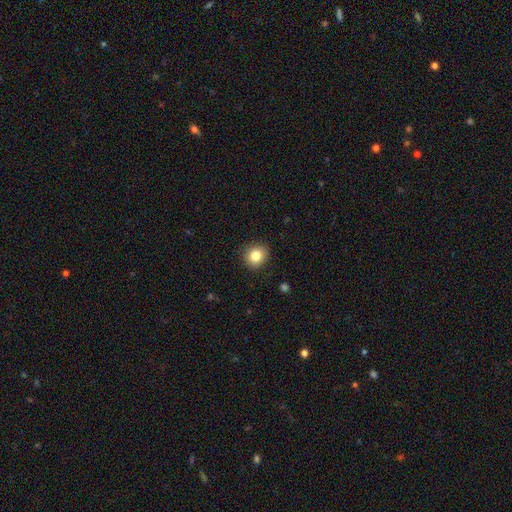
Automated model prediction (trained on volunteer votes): Smooth or featured: smooth — 83% (star or artifact — 10%)
How rounded: round — 81% (in between — 18%)
Merging: none — 89% (minor disturbance — 8%)